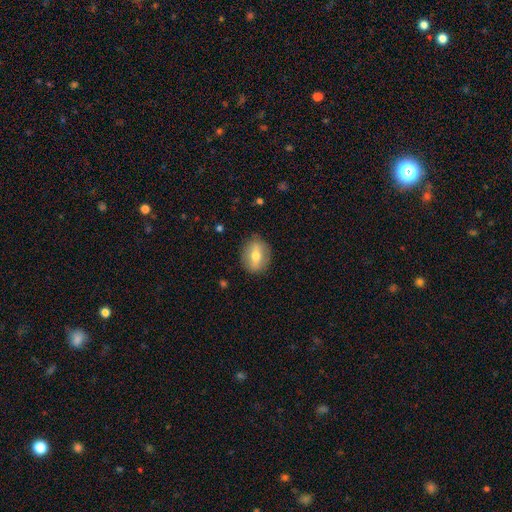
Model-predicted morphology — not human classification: A smooth galaxy with no disk features (49%).

Vote fractions:
- Smooth or featured? smooth: 49% / featured or disk: 43% / star or artifact: 7%
- Merging? none: 84% / minor disturbance: 11% / major disturbance: 3% / merger: 1%